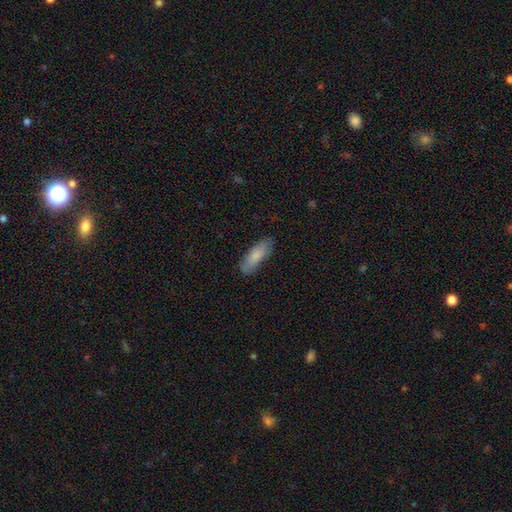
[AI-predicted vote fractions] Smooth or featured?
  - smooth: 83% *
  - featured or disk: 11%
  - star or artifact: 6%
How rounded?
  - in between: 56% *
  - cigar-shaped: 43%
  - round: 2%
Merging?
  - none: 84% *
  - minor disturbance: 12%
  - major disturbance: 2%
  - merger: 1%